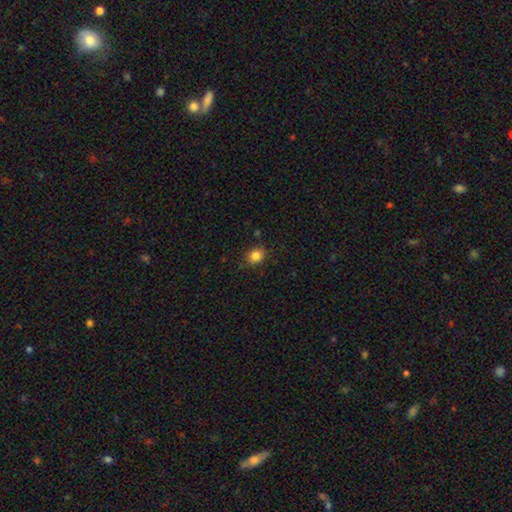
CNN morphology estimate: smooth-or-featured: smooth: 84% | star or artifact: 11% | featured or disk: 5%
  how-rounded: round: 58% | in between: 41% | cigar-shaped: 1%
  merging: none: 83% | minor disturbance: 12% | major disturbance: 3% | merger: 2%